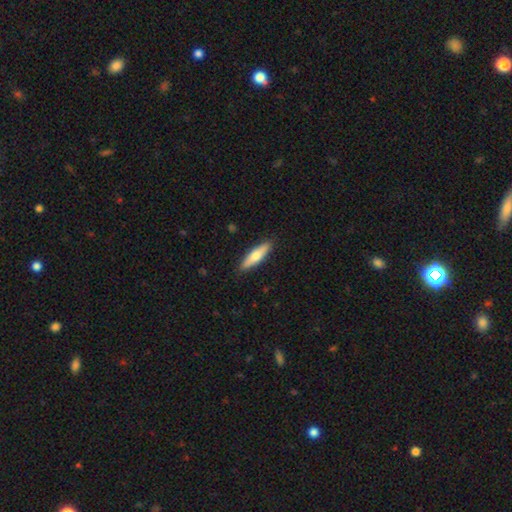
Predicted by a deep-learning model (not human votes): Overall: smooth (63%; featured or disk 32%). How rounded: cigar-shaped (69%; in between 29%). Merging: none (89%).